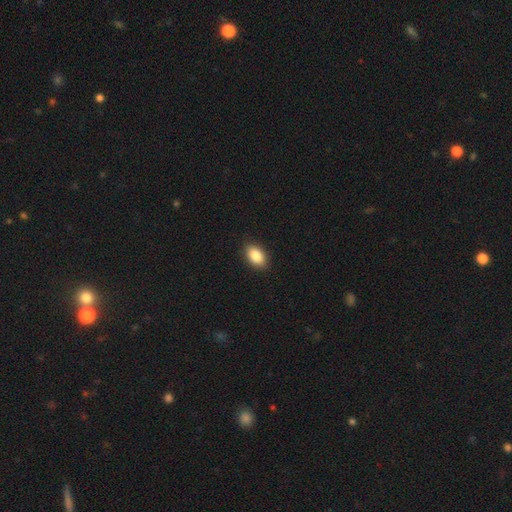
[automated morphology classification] Smooth or featured: smooth — 88% (star or artifact — 7%)
How rounded: in between — 90% (round — 9%)
Merging: none — 89% (minor disturbance — 8%)